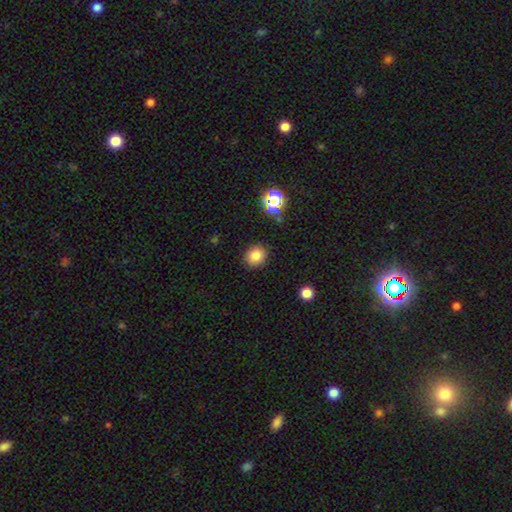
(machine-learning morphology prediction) smooth_or_featured: smooth (p=0.81) [alt: star or artifact p=0.13]
how_rounded: round (p=0.75) [alt: in between p=0.24]
merging: none (p=0.89) [alt: minor disturbance p=0.07]